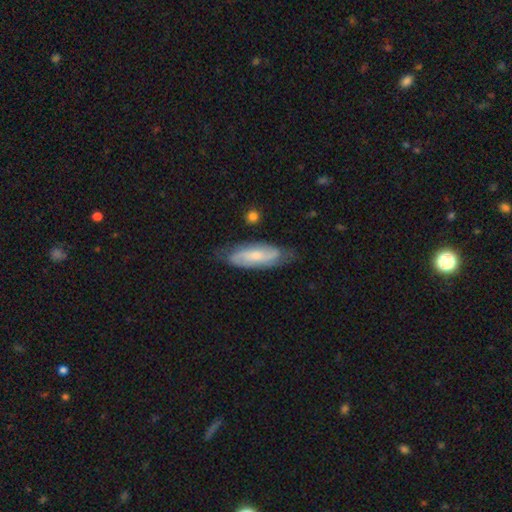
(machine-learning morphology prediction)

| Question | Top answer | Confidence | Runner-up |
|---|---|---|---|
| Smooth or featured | featured or disk | 62% | smooth (32%) |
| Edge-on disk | no | 86% | yes (14%) |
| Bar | no | 47% | weak (38%) |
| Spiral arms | yes | 90% | no (10%) |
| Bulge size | small | 57% | moderate (34%) |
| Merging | none | 73% | minor disturbance (21%) |